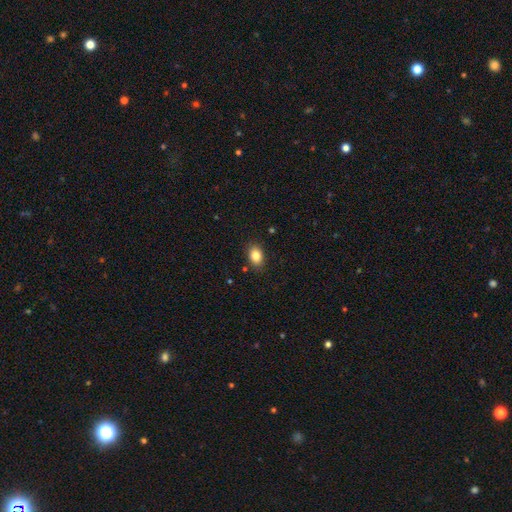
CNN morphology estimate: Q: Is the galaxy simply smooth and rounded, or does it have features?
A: smooth — 84%.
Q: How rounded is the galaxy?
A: in between — 79%.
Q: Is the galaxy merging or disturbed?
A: none — 86%.